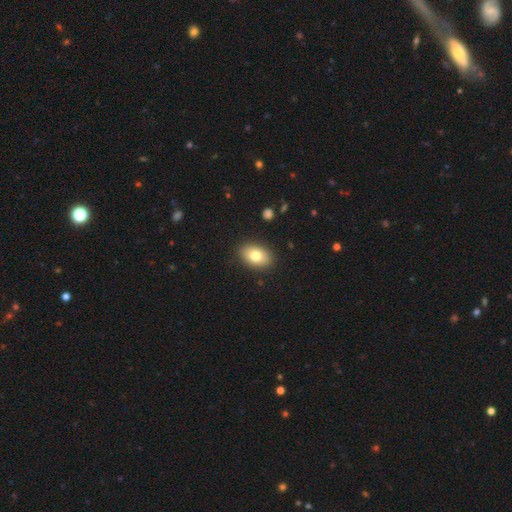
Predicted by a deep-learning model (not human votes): Smooth or featured? smooth (79%)
How rounded? in between (83%)
Merging? none (88%)